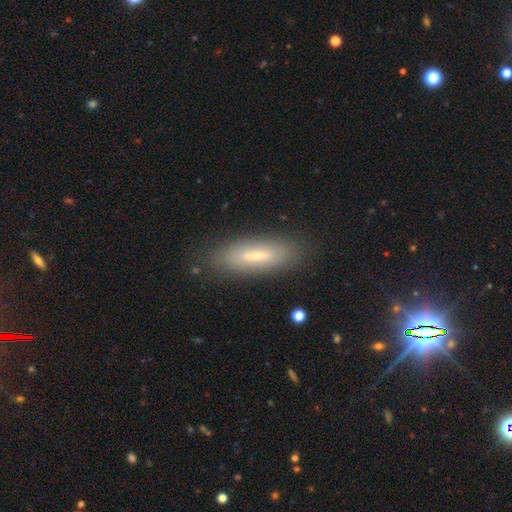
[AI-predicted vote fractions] Smooth or featured? smooth (60%)
How rounded? cigar-shaped (58%)
Merging? none (83%)